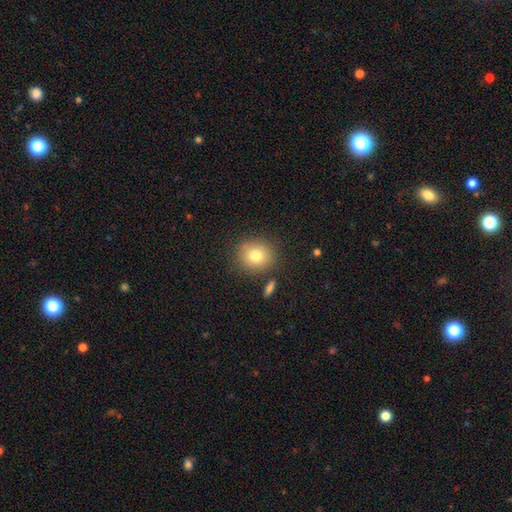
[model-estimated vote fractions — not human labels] Smooth or featured: smooth — 78% (featured or disk — 11%)
How rounded: round — 83% (in between — 16%)
Merging: none — 82% (minor disturbance — 10%)